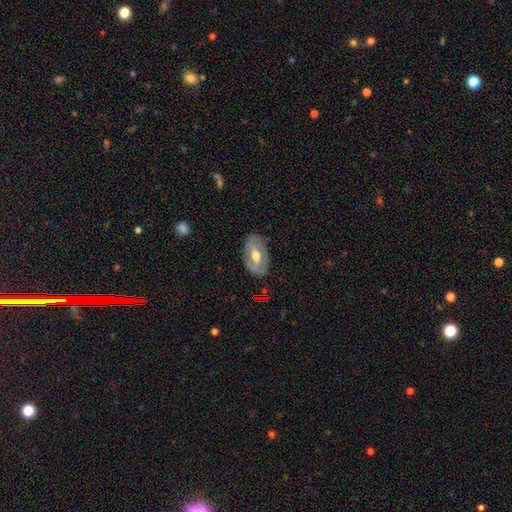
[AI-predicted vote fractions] smooth-or-featured: featured or disk: 65% | smooth: 29% | star or artifact: 6%
  disk-edge-on: no: 91% | yes: 9%
    bar: weak: 42% | strong: 33% | no: 26%
    has-spiral-arms: yes: 58% | no: 42%
    bulge-size: moderate: 72% | small: 15% | large: 11% | none: 1% | dominant: 1%
  merging: none: 80% | minor disturbance: 15% | major disturbance: 4% | merger: 1%